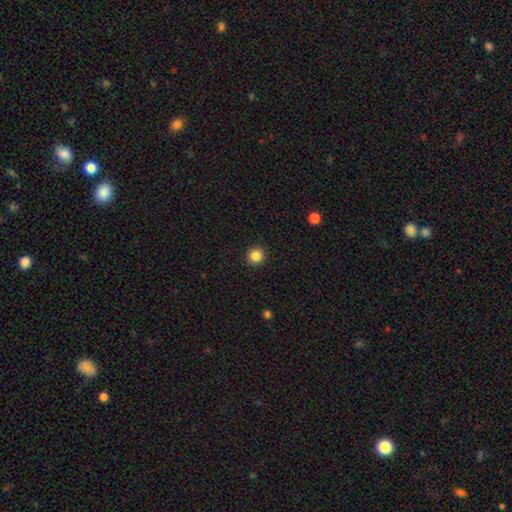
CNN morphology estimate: A smooth galaxy with no disk features (86%) that is round (94%).

Vote fractions:
- Smooth or featured? smooth: 86% / star or artifact: 11% / featured or disk: 4%
- How rounded? round: 94% / in between: 5% / cigar-shaped: 1%
- Merging? none: 93% / minor disturbance: 5% / major disturbance: 2% / merger: 1%